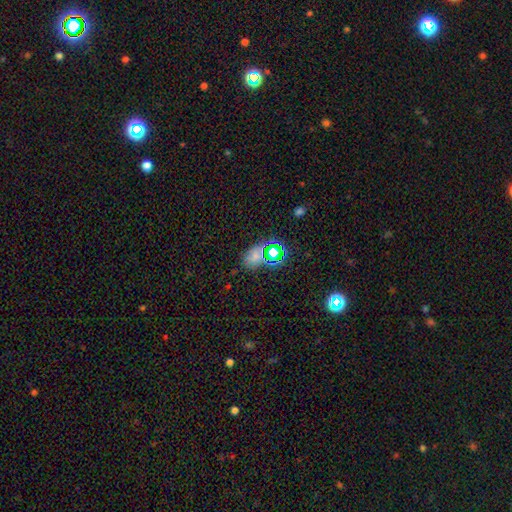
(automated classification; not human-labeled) Q: Smooth or featured?
A: smooth (49%); runner-up: star or artifact (42%)
Q: Merging?
A: none (73%); runner-up: minor disturbance (14%)